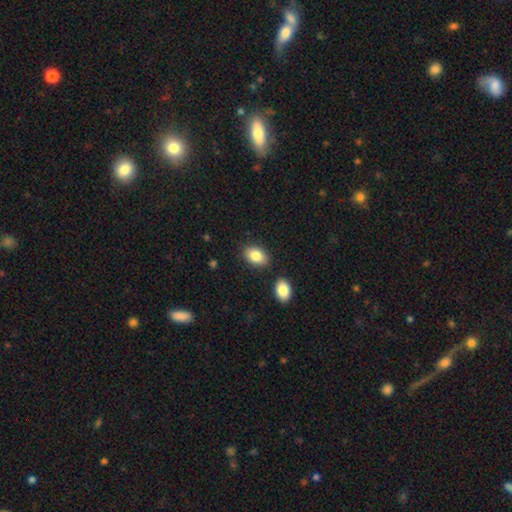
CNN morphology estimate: type=smooth (85%); roundness=in between (87%); merging=none (80%).